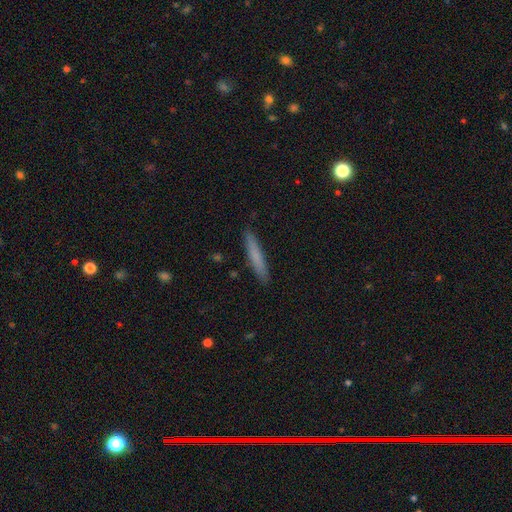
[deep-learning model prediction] A smooth galaxy with no disk features (74%) that is cigar-shaped (94%). Merging: none (90%).